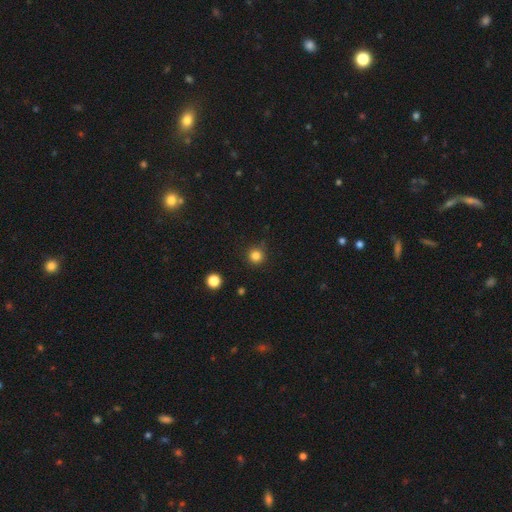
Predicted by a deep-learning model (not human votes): Smooth or featured?
  - smooth: 82% *
  - star or artifact: 14%
  - featured or disk: 4%
How rounded?
  - round: 95% *
  - in between: 4%
  - cigar-shaped: 1%
Merging?
  - none: 87% *
  - minor disturbance: 9%
  - major disturbance: 2%
  - merger: 2%